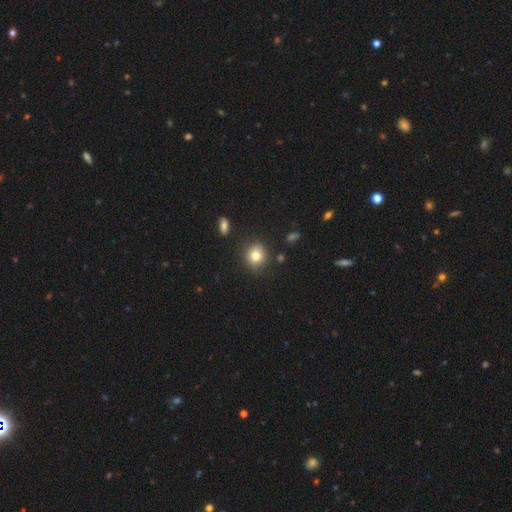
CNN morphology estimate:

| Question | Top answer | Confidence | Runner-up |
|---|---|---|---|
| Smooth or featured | smooth | 81% | star or artifact (11%) |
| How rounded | round | 82% | in between (17%) |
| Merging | none | 85% | minor disturbance (10%) |